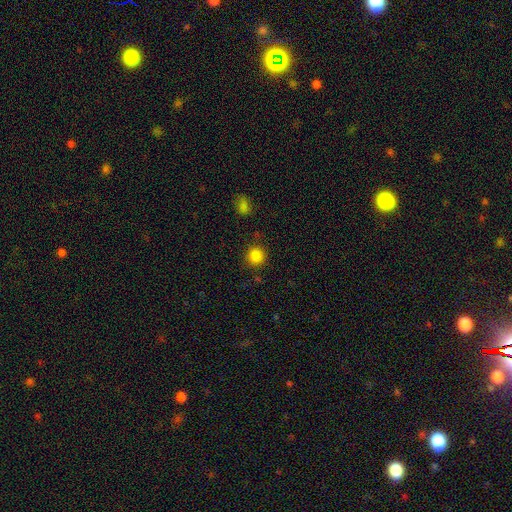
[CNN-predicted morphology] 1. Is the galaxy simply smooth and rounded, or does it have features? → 85% smooth, 11% star or artifact, 4% featured or disk.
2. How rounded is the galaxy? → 91% round, 8% in between, 1% cigar-shaped.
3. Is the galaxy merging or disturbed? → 85% none, 8% minor disturbance, 3% major disturbance, 3% merger.